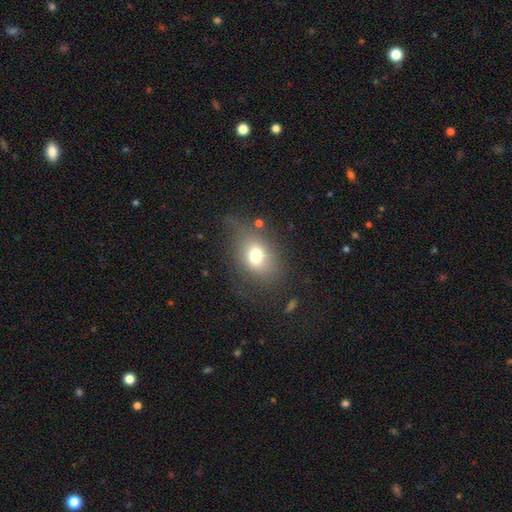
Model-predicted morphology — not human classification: Smooth or featured? Predicted: smooth (p=0.70). How rounded? Predicted: in between (p=0.66). Merging? Predicted: none (p=0.59).